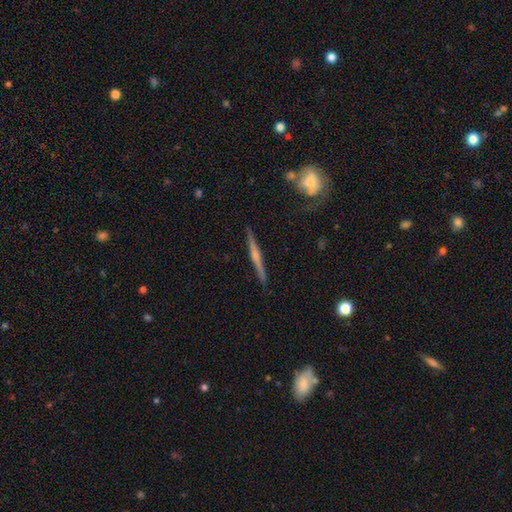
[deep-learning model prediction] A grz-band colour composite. It shows a featured or disk galaxy (70%) viewed edge-on (98%) with a rounded central bulge (64%). Merging: none (90%).